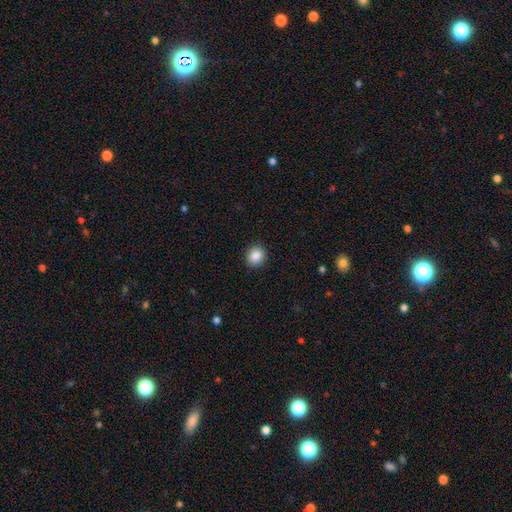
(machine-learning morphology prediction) smooth 87%, star or artifact 9%, featured or disk 4%. Down the decision tree: how rounded — round (73%); merging — none (90%).